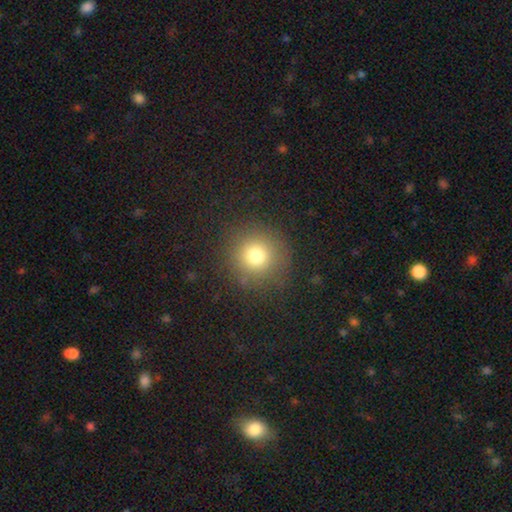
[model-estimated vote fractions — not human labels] This is likely a smooth galaxy (75%). How rounded: clearly round (94%). Merging: clearly none (86%).